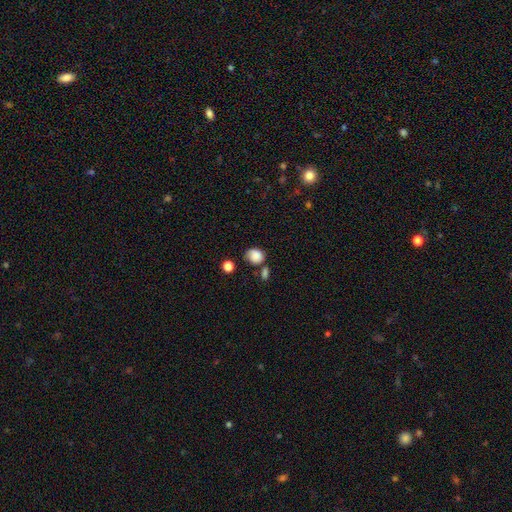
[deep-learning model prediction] Smooth or featured?
  - smooth: 85% *
  - star or artifact: 9%
  - featured or disk: 6%
How rounded?
  - round: 60% *
  - in between: 39%
  - cigar-shaped: 1%
Merging?
  - none: 55% *
  - minor disturbance: 22%
  - merger: 15%
  - major disturbance: 7%